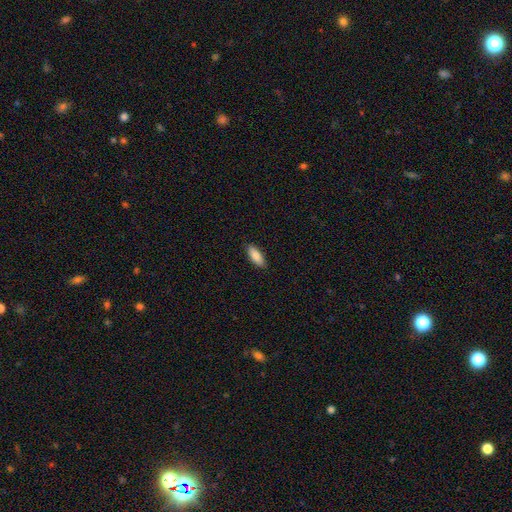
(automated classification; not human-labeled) smooth_or_featured: smooth (p=0.86) [alt: featured or disk p=0.08]
how_rounded: in between (p=0.73) [alt: cigar-shaped p=0.25]
merging: none (p=0.89) [alt: minor disturbance p=0.09]